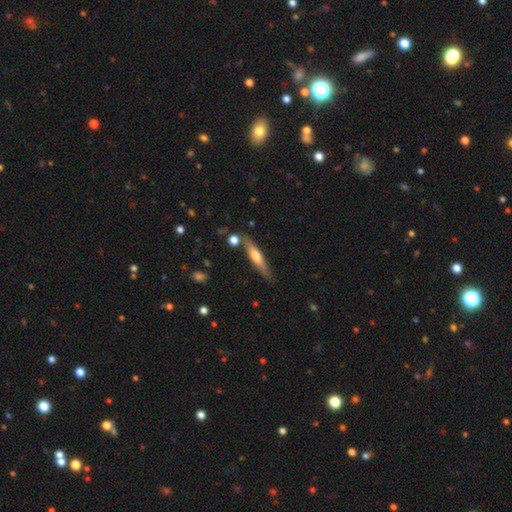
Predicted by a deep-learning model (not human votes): smooth-or-featured: featured or disk: 51% | smooth: 43% | star or artifact: 6%
  disk-edge-on: yes: 93% | no: 7%
  merging: none: 78% | minor disturbance: 13% | merger: 7% | major disturbance: 3%